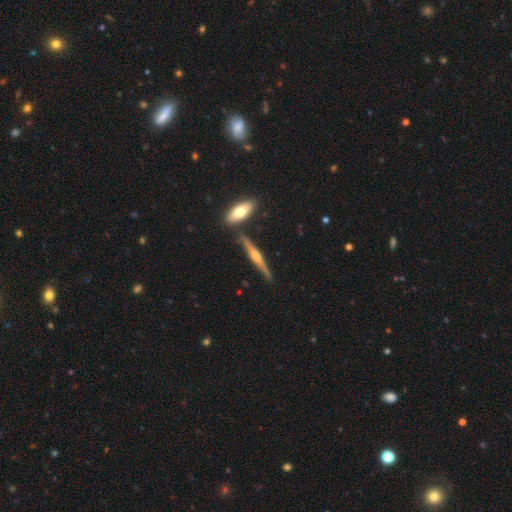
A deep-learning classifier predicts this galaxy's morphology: Overall: featured or disk (69%). Edge-on disk: yes (97%). Edge-on bulge: rounded (72%). Merging: none (81%).